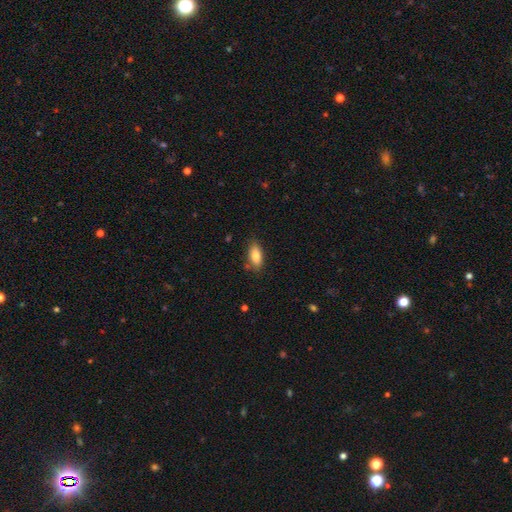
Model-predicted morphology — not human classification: smooth_or_featured: smooth (p=0.84) [alt: featured or disk p=0.09]
how_rounded: in between (p=0.84) [alt: cigar-shaped p=0.14]
merging: none (p=0.79) [alt: minor disturbance p=0.15]